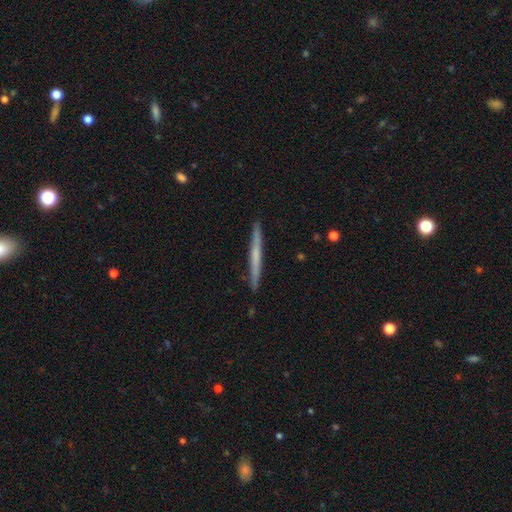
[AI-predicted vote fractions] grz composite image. It shows a featured or disk galaxy (51%) viewed edge-on (97%). Merging: none (92%).